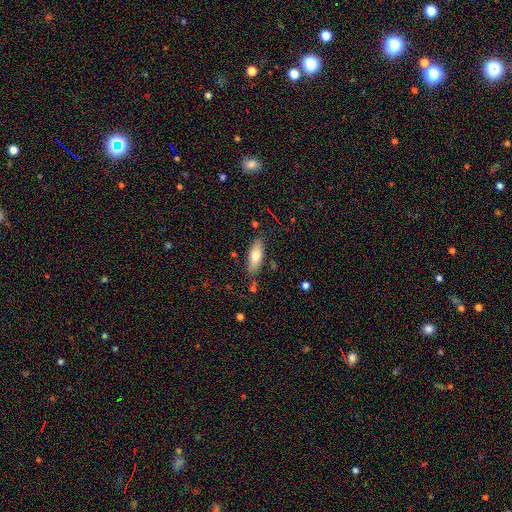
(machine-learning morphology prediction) Overall: smooth (73%). How rounded: in between (73%). Merging: none (80%).